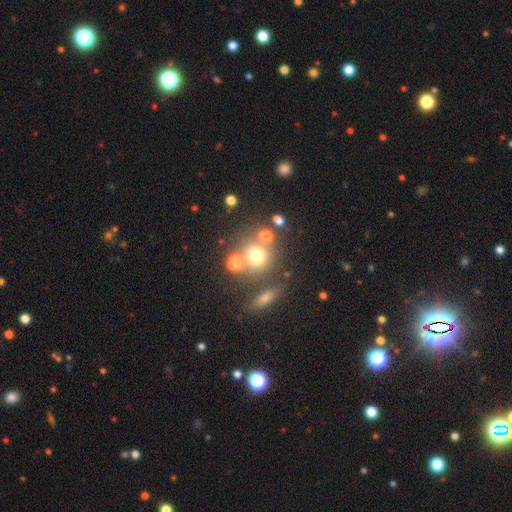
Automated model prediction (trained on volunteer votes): Smooth or featured? smooth (66%)
How rounded? round (87%)
Merging? none (65%)